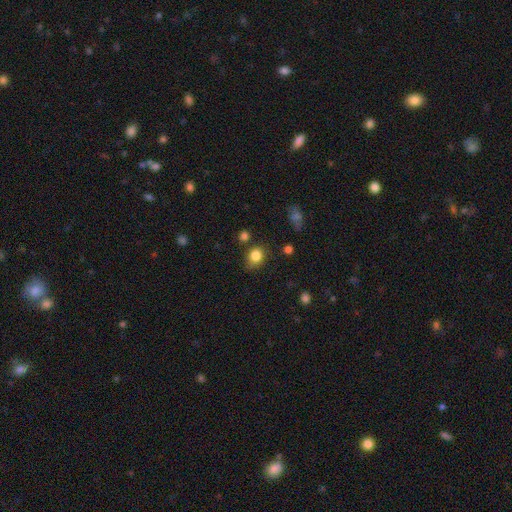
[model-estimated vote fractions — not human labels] A smooth galaxy with no disk features (84%) that is round (56%).

Vote fractions:
- Smooth or featured? smooth: 84% / star or artifact: 10% / featured or disk: 6%
- How rounded? round: 56% / in between: 43% / cigar-shaped: 1%
- Merging? none: 71% / minor disturbance: 20% / merger: 5% / major disturbance: 5%